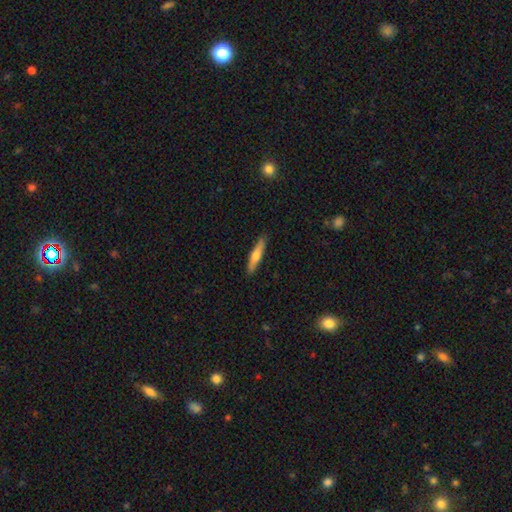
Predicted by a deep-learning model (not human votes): A smooth galaxy with no disk features (58%) that is cigar-shaped (87%).

Vote fractions:
- Smooth or featured? smooth: 58% / featured or disk: 37% / star or artifact: 6%
- How rounded? cigar-shaped: 87% / in between: 11% / round: 2%
- Merging? none: 90% / minor disturbance: 7% / major disturbance: 2% / merger: 1%